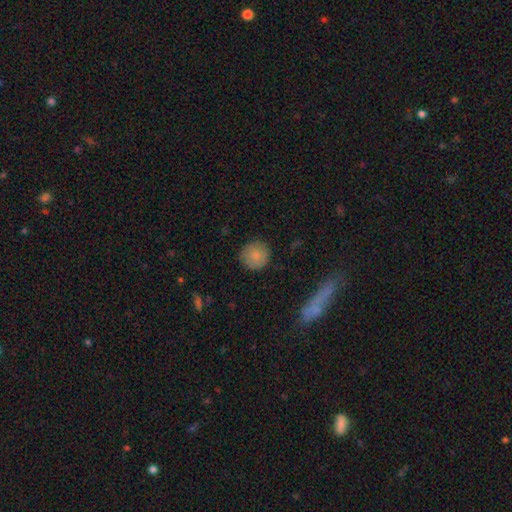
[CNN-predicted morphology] smooth-or-featured: smooth: 84% | star or artifact: 8% | featured or disk: 7%
  how-rounded: round: 94% | in between: 5% | cigar-shaped: 1%
  merging: none: 88% | minor disturbance: 9% | major disturbance: 2% | merger: 1%